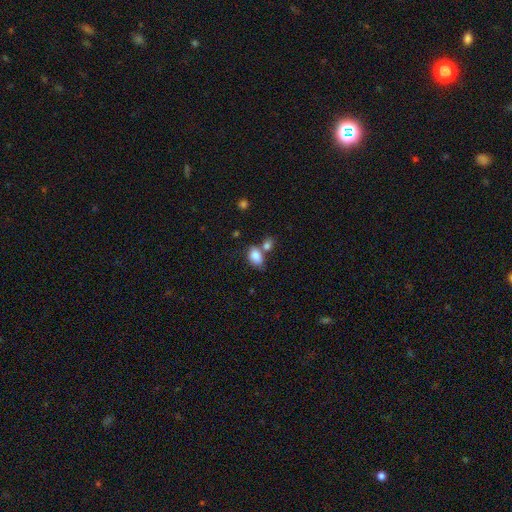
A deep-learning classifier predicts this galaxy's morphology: This is clearly a smooth galaxy (84%). How rounded: clearly in between (86%). Merging: marginally none (44%).